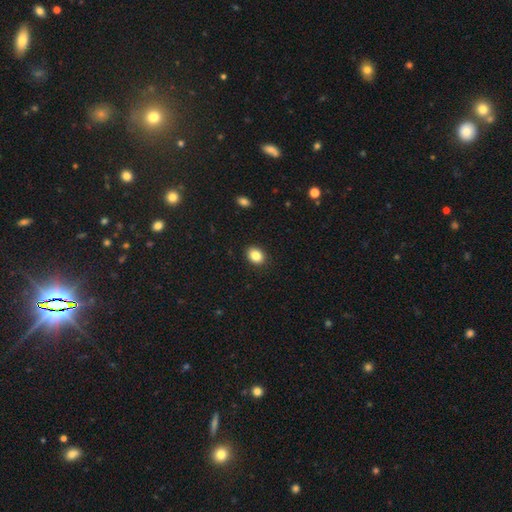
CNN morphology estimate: smooth-or-featured: smooth: 86% | star or artifact: 9% | featured or disk: 5%
  how-rounded: in between: 62% | round: 37% | cigar-shaped: 1%
  merging: none: 90% | minor disturbance: 7% | major disturbance: 2% | merger: 1%